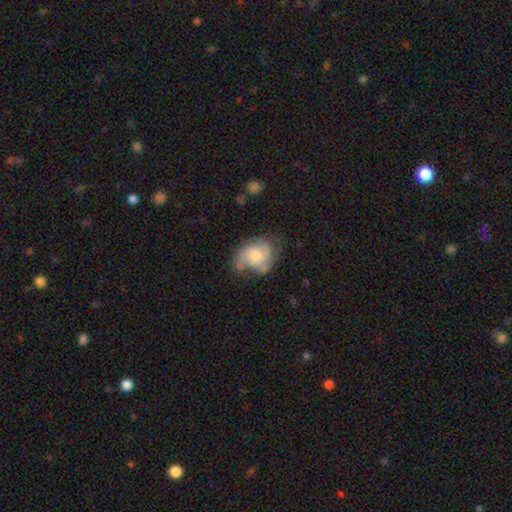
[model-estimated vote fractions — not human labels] This appears to be a featured or disk galaxy (62%) with no bar (73%), 2 (44%) medium (45%) spiral arms (86%) and a moderate central bulge (46%). Merging: none (44%).